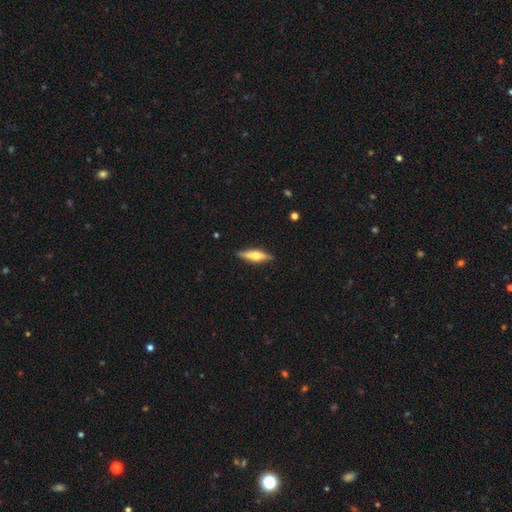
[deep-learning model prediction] A featured or disk galaxy (62%) viewed edge-on (95%) with a rounded central bulge (93%). Merging: none (89%).